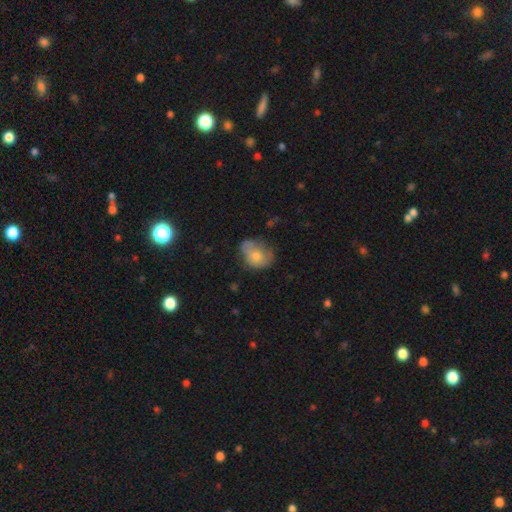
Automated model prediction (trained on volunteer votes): smooth-or-featured: smooth: 66% | featured or disk: 26% | star or artifact: 8%
  how-rounded: in between: 60% | round: 39% | cigar-shaped: 1%
  merging: none: 39% | minor disturbance: 34% | major disturbance: 21% | merger: 5%